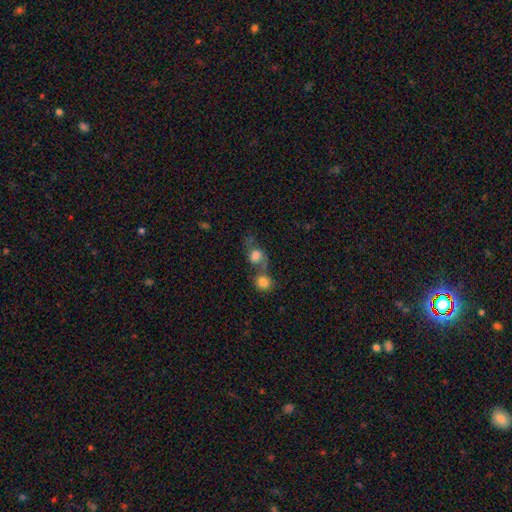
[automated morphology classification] type=smooth (64%); roundness=round (61%); merging=merger (48%).